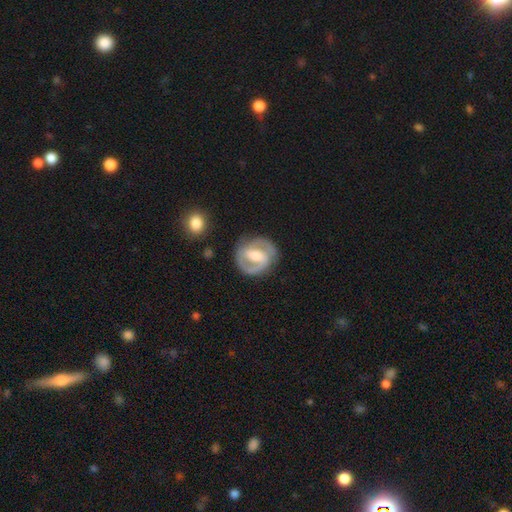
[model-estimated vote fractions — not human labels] This appears to be a featured or disk galaxy (83%) with a strong bar (44%), 2 (90%) medium (47%) spiral arms (92%) and a moderate central bulge (62%). Merging: none (82%).